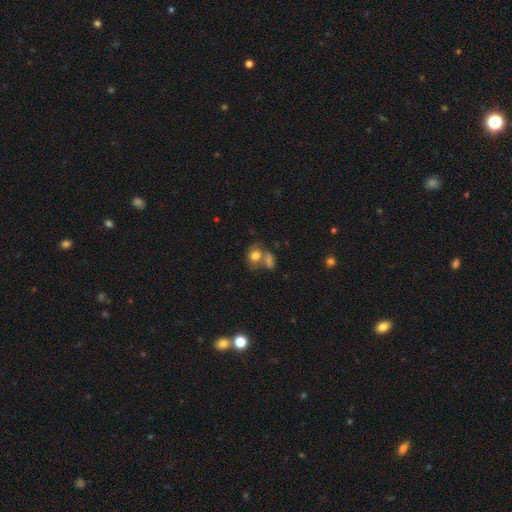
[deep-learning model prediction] Q: Smooth or featured?
A: smooth (74%); runner-up: featured or disk (15%)
Q: How rounded?
A: in between (54%); runner-up: round (44%)
Q: Merging?
A: merger (48%); runner-up: none (32%)